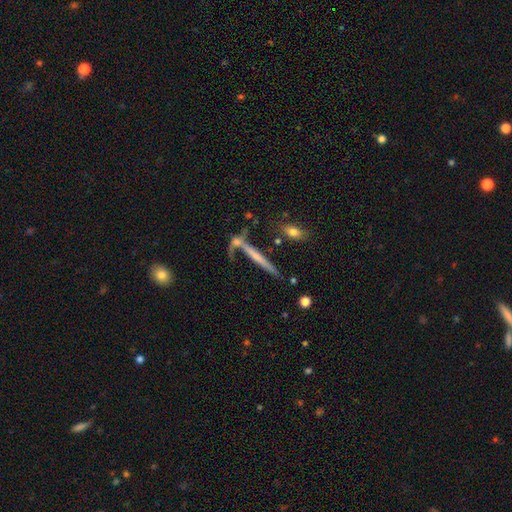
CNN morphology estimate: The model was most divided on "smooth or featured": featured or disk: 54%, smooth: 36%, star or artifact: 10%. More confident: edge-on disk — yes (89%); merging — none (60%).